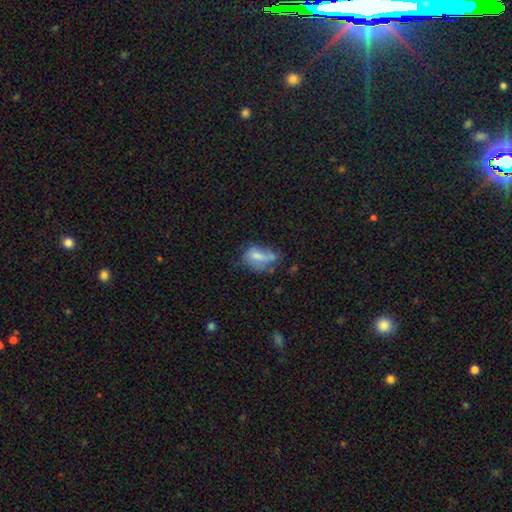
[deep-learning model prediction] Morphology: type=smooth (57%); roundness=in between (82%); merging=none (31%).